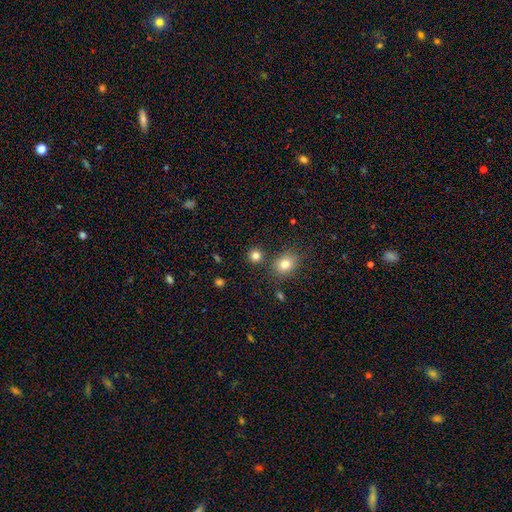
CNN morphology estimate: type=smooth (81%); roundness=round (88%); merging=none (82%).